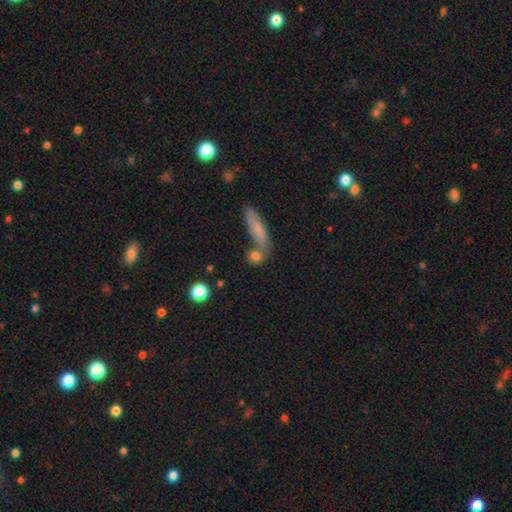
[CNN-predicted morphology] smooth 78%, featured or disk 12%, star or artifact 11%. Down the decision tree: how rounded — round (52%); merging — none (55%).